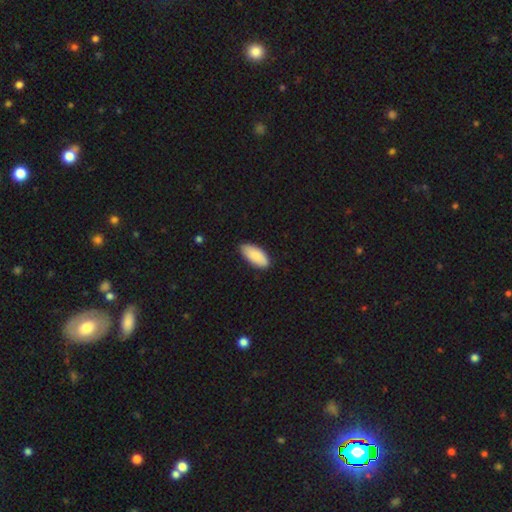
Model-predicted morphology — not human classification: Smooth or featured? Predicted: smooth (p=0.89). How rounded? Predicted: in between (p=0.90). Merging? Predicted: none (p=0.84).